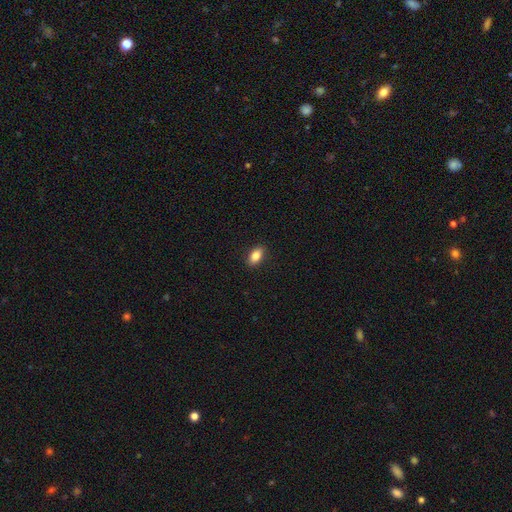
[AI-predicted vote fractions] A smooth galaxy with no disk features (84%) that is in between round and cigar-shaped (89%). Merging: none (89%).